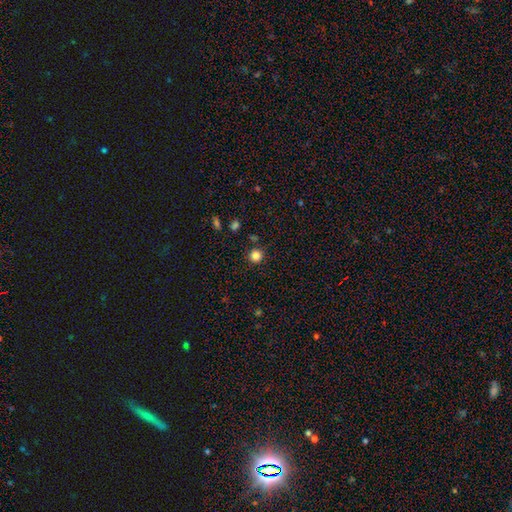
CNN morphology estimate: smooth_or_featured: smooth (p=0.83) [alt: star or artifact p=0.13]
how_rounded: round (p=0.95) [alt: in between p=0.04]
merging: none (p=0.89) [alt: minor disturbance p=0.06]